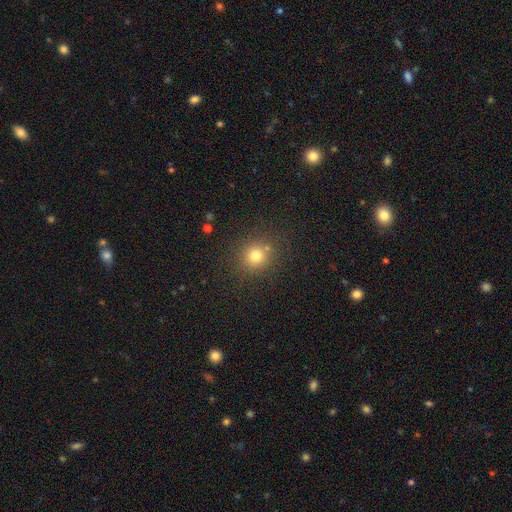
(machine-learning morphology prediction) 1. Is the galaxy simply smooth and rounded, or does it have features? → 76% smooth, 16% star or artifact, 7% featured or disk.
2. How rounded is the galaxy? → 88% round, 11% in between, 1% cigar-shaped.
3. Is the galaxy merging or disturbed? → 80% none, 10% minor disturbance, 6% merger, 4% major disturbance.